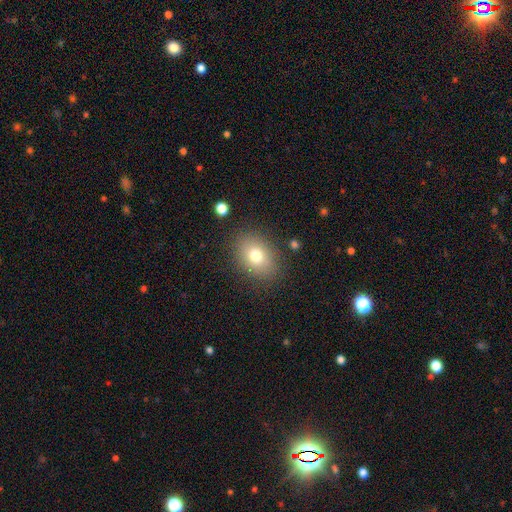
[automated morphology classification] Smooth or featured? smooth (76%)
How rounded? in between (68%)
Merging? none (84%)